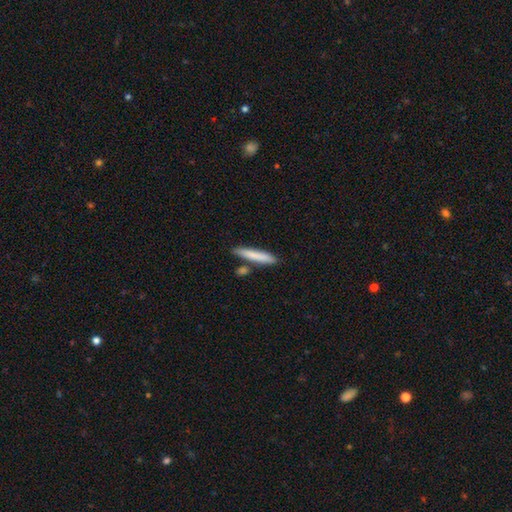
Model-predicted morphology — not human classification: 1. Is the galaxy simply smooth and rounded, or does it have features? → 79% smooth, 16% featured or disk, 6% star or artifact.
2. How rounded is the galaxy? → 91% cigar-shaped, 7% in between, 2% round.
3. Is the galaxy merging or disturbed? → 79% none, 11% minor disturbance, 8% merger, 2% major disturbance.